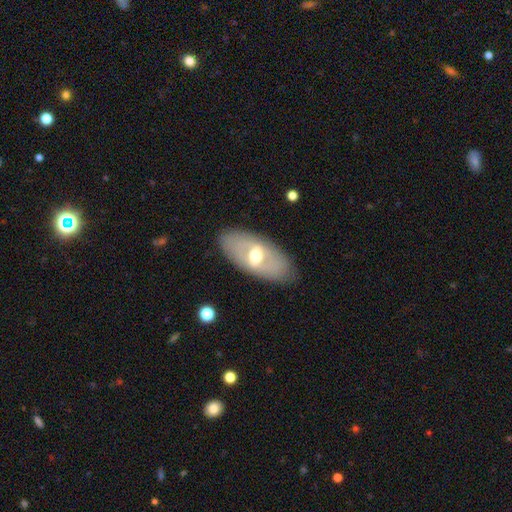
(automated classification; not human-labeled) Smooth or featured? featured or disk (58%)
Edge-on disk? no (82%)
Merging? none (83%)